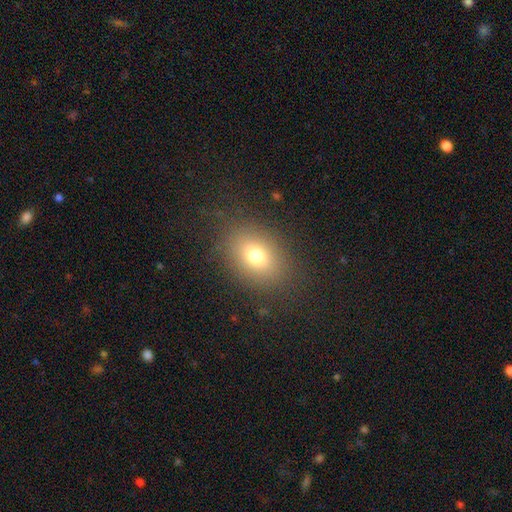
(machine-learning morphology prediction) Overall: smooth (74%). How rounded: in between (72%). Merging: none (83%).